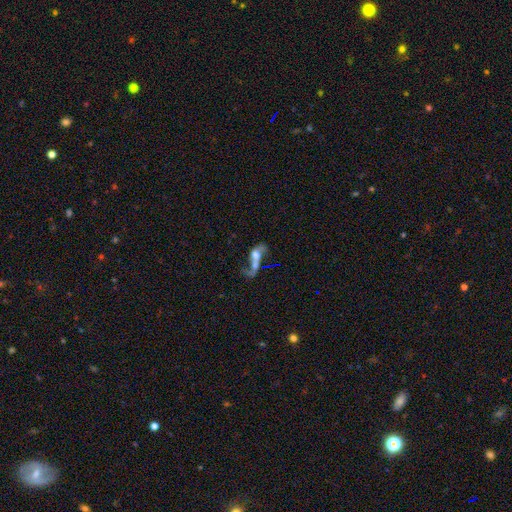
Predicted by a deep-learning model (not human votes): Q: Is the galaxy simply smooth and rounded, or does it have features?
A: featured or disk — 59%.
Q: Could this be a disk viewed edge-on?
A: no — 87%.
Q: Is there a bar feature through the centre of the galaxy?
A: no — 67%.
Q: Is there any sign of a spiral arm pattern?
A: yes — 57%.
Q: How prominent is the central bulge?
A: moderate — 44%.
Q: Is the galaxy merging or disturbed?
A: merger — 43%.